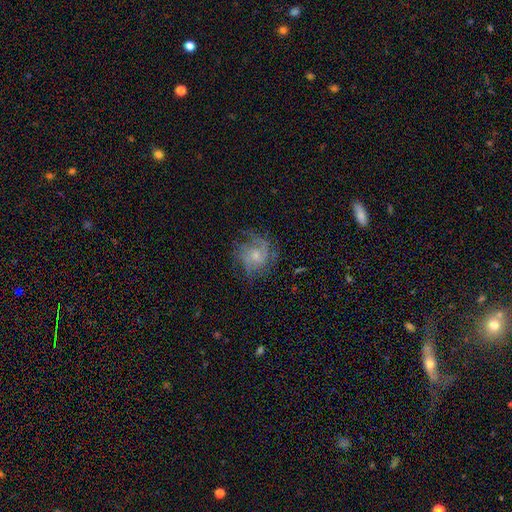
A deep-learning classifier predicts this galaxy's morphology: featured or disk 68%, smooth 23%, star or artifact 9%. Down the decision tree: edge-on disk — no (98%); bar — no (72%); spiral arms — yes (86%); spiral arm count — can't tell (35%); spiral winding — medium (41%); bulge size — small (59%); merging — none (63%).